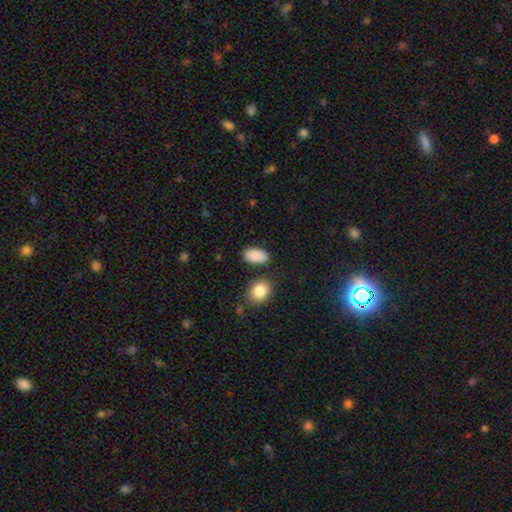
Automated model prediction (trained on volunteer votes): smooth_or_featured: smooth (p=0.89) [alt: star or artifact p=0.07]
how_rounded: in between (p=0.92) [alt: round p=0.06]
merging: none (p=0.81) [alt: minor disturbance p=0.12]